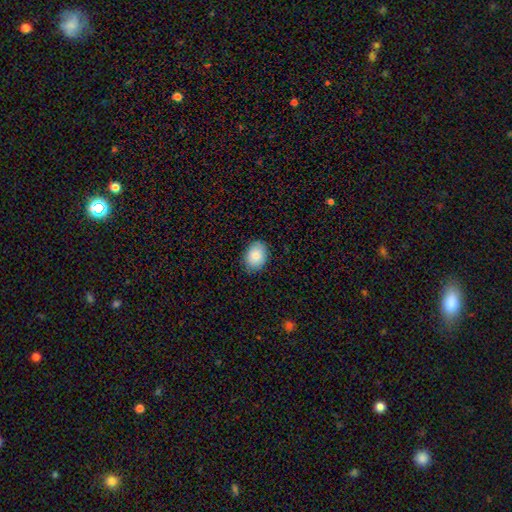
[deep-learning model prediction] Smooth or featured?
  - smooth: 84% *
  - featured or disk: 9%
  - star or artifact: 7%
How rounded?
  - in between: 70% *
  - round: 29%
  - cigar-shaped: 1%
Merging?
  - none: 85% *
  - minor disturbance: 12%
  - major disturbance: 2%
  - merger: 1%